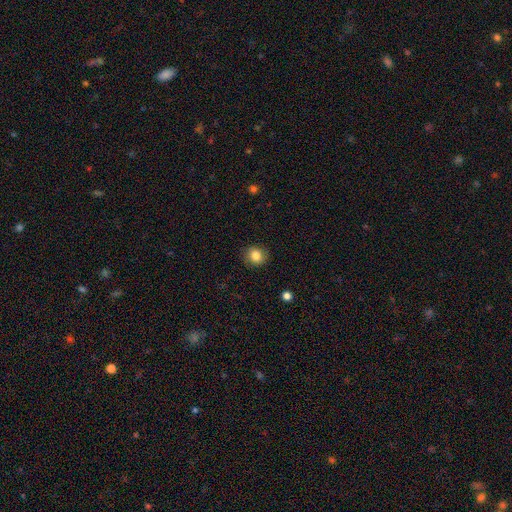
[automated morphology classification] Smooth or featured: smooth — 84% (star or artifact — 10%)
How rounded: round — 83% (in between — 16%)
Merging: none — 88% (minor disturbance — 8%)